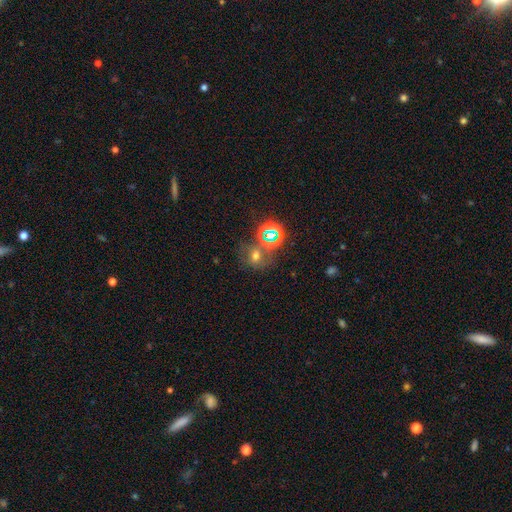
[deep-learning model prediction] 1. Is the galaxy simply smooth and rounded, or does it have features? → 45% smooth, 39% star or artifact, 17% featured or disk.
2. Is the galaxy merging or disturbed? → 56% none, 22% merger, 14% minor disturbance, 9% major disturbance.